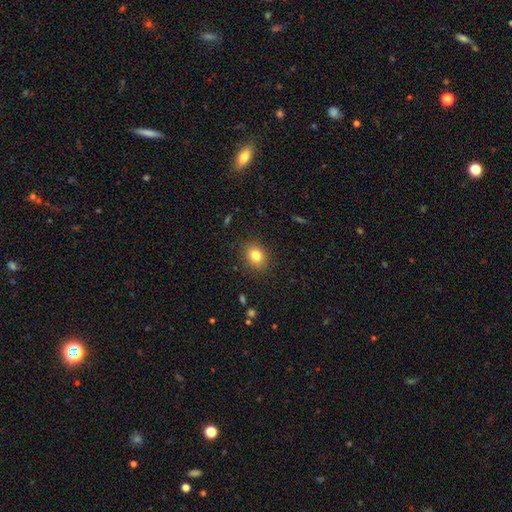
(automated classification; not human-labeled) Morphology: type=smooth (82%); roundness=round (54%); merging=none (87%).